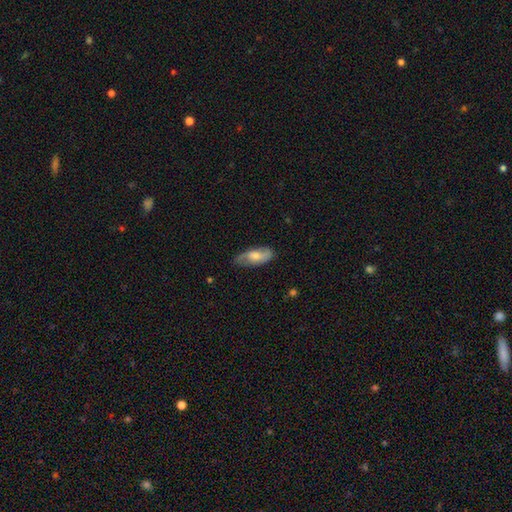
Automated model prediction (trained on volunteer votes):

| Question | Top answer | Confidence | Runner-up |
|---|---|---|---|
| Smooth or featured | smooth | 50% | featured or disk (44%) |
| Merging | none | 78% | minor disturbance (17%) |